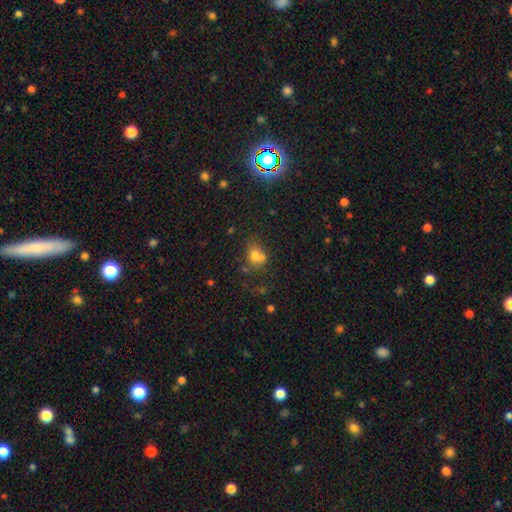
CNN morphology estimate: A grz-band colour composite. It shows a smooth galaxy with no disk features (72%) that is round (60%). Merging: none (42%).